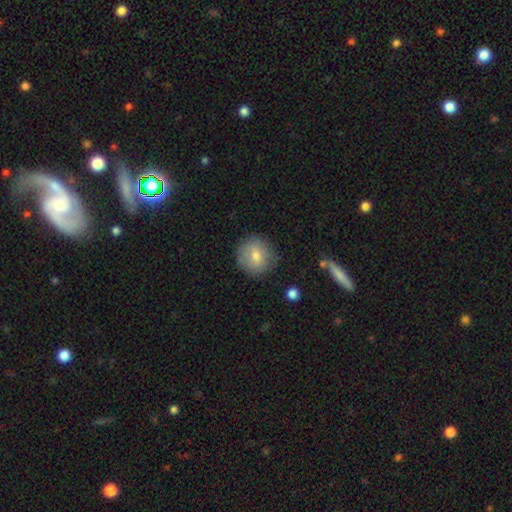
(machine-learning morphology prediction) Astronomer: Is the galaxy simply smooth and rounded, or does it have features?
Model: smooth — 74%.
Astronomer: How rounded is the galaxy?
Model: round — 89%.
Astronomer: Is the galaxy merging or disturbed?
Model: none — 82%.